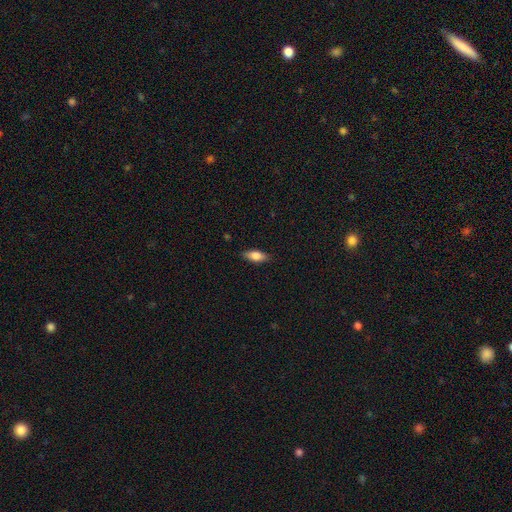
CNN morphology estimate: smooth_or_featured: smooth (p=0.78) [alt: featured or disk p=0.15]
how_rounded: in between (p=0.78) [alt: cigar-shaped p=0.19]
merging: none (p=0.86) [alt: minor disturbance p=0.10]